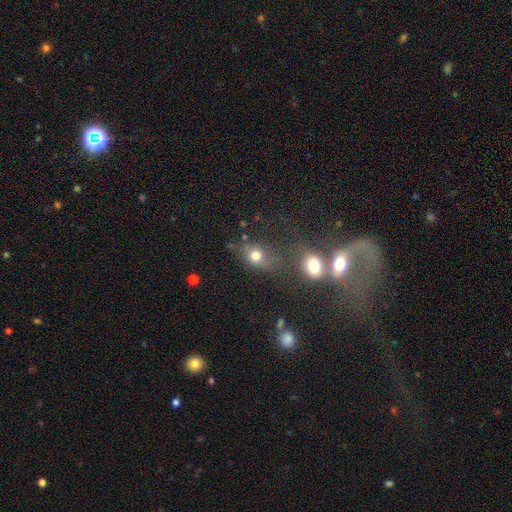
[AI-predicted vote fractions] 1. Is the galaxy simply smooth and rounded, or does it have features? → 71% smooth, 17% star or artifact, 12% featured or disk.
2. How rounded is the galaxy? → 57% round, 41% in between, 3% cigar-shaped.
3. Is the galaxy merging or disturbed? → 50% none, 24% merger, 16% minor disturbance, 11% major disturbance.